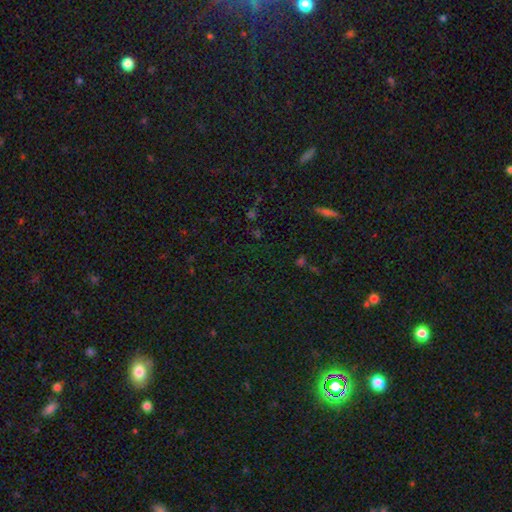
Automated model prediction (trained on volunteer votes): Smooth or featured?
  - star or artifact: 66% *
  - smooth: 24%
  - featured or disk: 10%